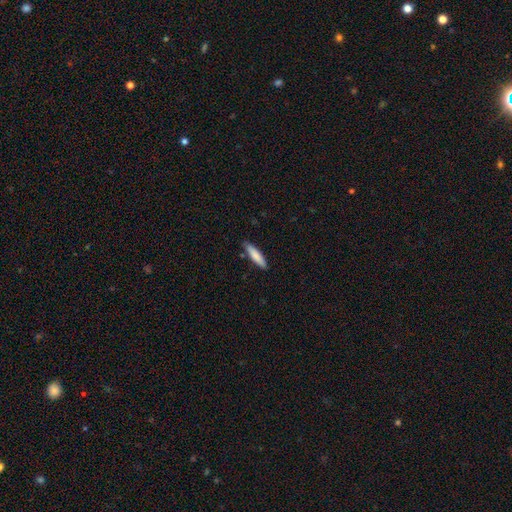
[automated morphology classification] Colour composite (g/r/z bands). It shows a smooth galaxy with no disk features (82%) that is cigar-shaped (77%). Merging: none (84%).